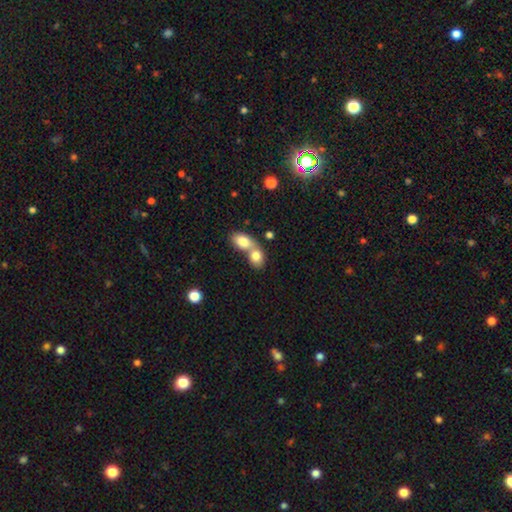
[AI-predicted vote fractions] Q: Smooth or featured?
A: smooth (81%); runner-up: featured or disk (12%)
Q: How rounded?
A: in between (68%); runner-up: round (30%)
Q: Merging?
A: merger (70%); runner-up: none (22%)